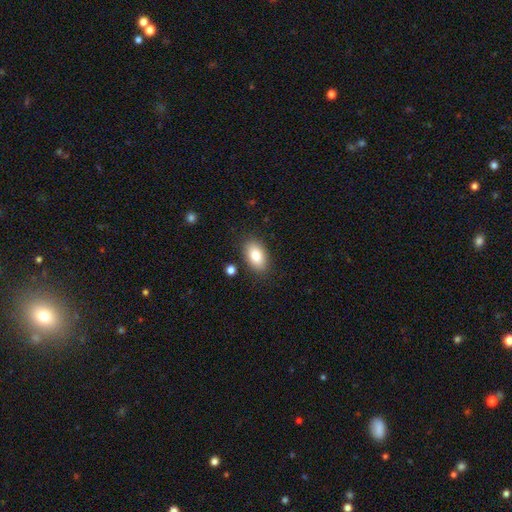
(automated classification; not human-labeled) Smooth or featured?
  - smooth: 81% *
  - featured or disk: 11%
  - star or artifact: 8%
How rounded?
  - in between: 91% *
  - round: 8%
  - cigar-shaped: 2%
Merging?
  - none: 85% *
  - minor disturbance: 10%
  - major disturbance: 3%
  - merger: 2%